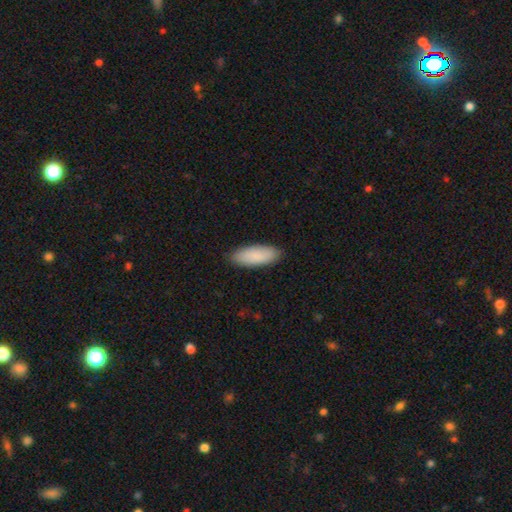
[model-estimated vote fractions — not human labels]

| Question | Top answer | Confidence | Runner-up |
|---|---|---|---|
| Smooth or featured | smooth | 90% | star or artifact (5%) |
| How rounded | in between | 71% | cigar-shaped (28%) |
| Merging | none | 89% | minor disturbance (8%) |